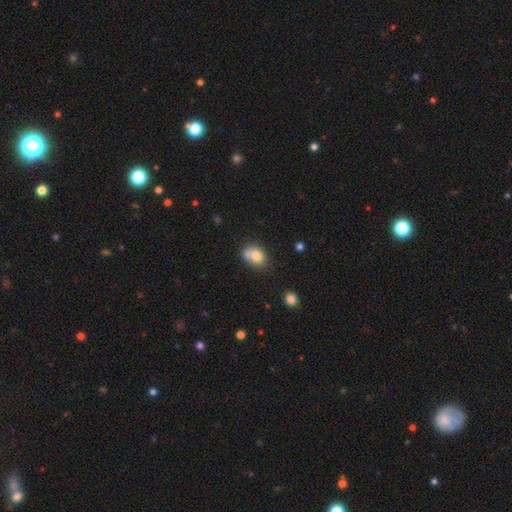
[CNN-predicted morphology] smooth-or-featured: smooth: 75% | featured or disk: 15% | star or artifact: 10%
  how-rounded: in between: 55% | round: 44% | cigar-shaped: 1%
  merging: none: 40% | merger: 37% | minor disturbance: 17% | major disturbance: 6%